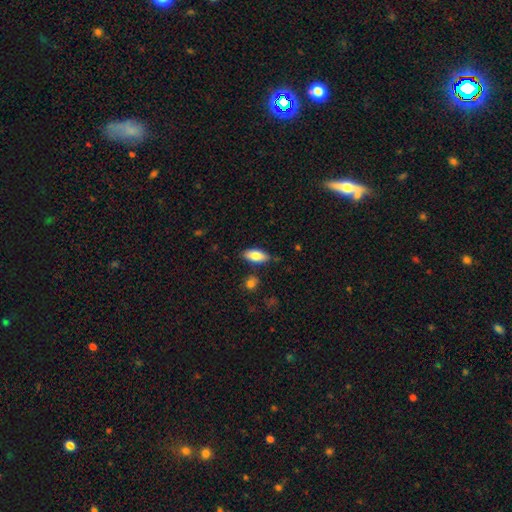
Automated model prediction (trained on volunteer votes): Morphology: type=smooth (81%); roundness=in between (86%); merging=none (81%).